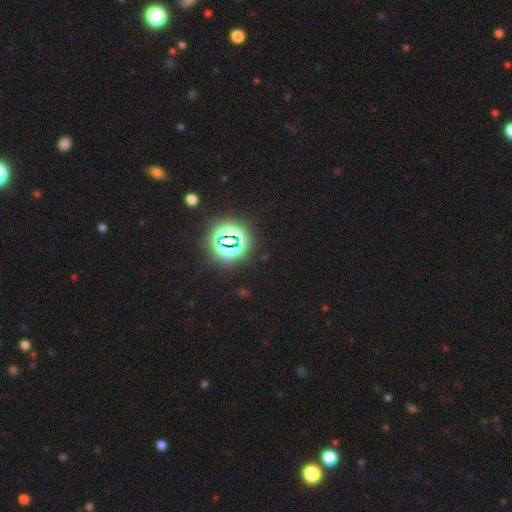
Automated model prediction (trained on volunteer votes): This is clearly a star or artifact rather than a galaxy (84%).